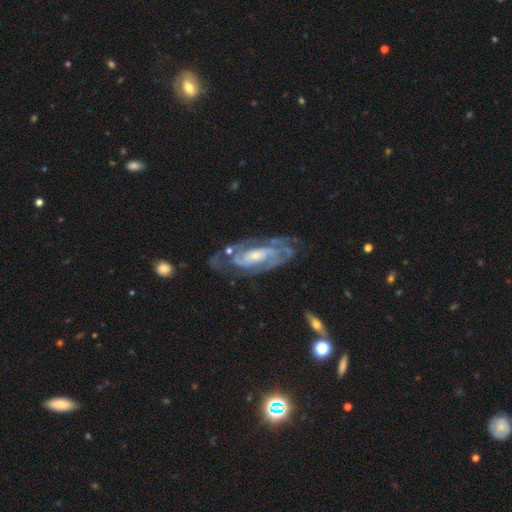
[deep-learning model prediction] A featured or disk galaxy (87%) with no bar (49%), 2 (46%) tight (54%) spiral arms (95%) and a small central bulge (45%).

Vote fractions:
- Smooth or featured? featured or disk: 87% / smooth: 7% / star or artifact: 5%
- Edge-on disk? no: 93% / yes: 7%
- Bar? no: 49% / weak: 36% / strong: 15%
- Spiral arms? yes: 95% / no: 5%
- Spiral winding? tight: 54% / medium: 37% / loose: 9%
- Spiral arm count? 2: 46% / can't tell: 25% / 3: 15% / 4: 6% / 1: 4% / more than 4: 4%
- Bulge size? small: 45% / moderate: 44% / large: 7% / none: 3% / dominant: 1%
- Merging? none: 63% / minor disturbance: 20% / major disturbance: 14% / merger: 3%